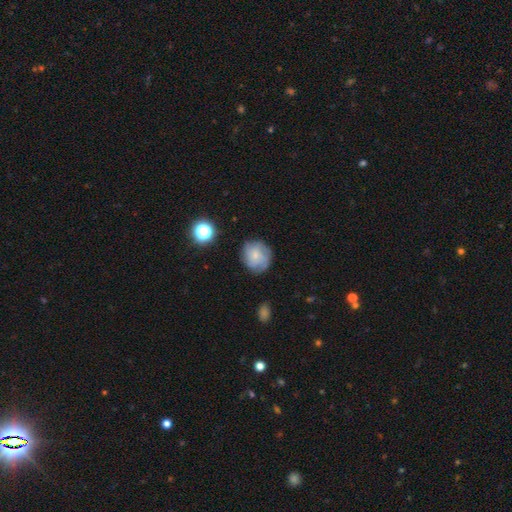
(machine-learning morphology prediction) A featured or disk galaxy (46%). Merging: none (77%).